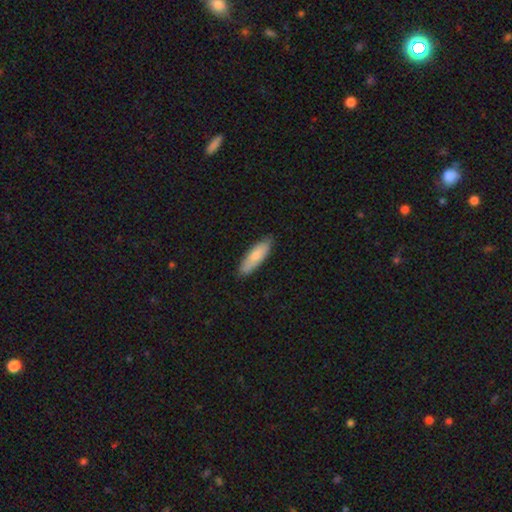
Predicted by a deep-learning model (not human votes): smooth 80%, featured or disk 15%, star or artifact 5%. Down the decision tree: how rounded — in between (54%); merging — none (83%).